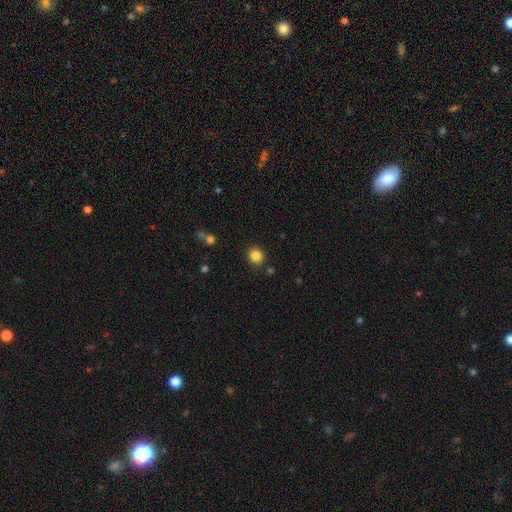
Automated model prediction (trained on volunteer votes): Smooth or featured? Predicted: smooth (p=0.85). How rounded? Predicted: round (p=0.80). Merging? Predicted: none (p=0.86).